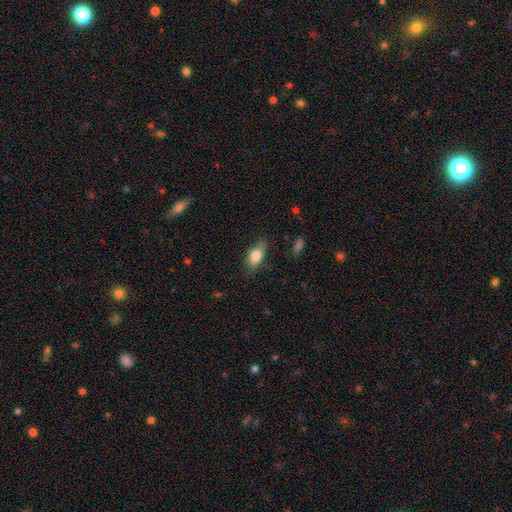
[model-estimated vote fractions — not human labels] Morphology: type=smooth (79%); roundness=in between (85%); merging=none (68%).